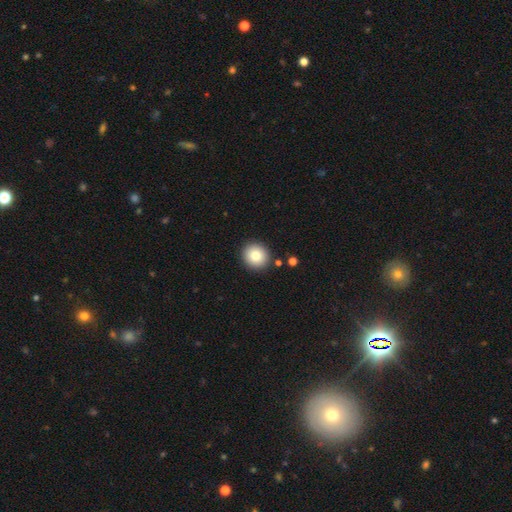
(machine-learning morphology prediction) smooth-or-featured: smooth: 83% | star or artifact: 9% | featured or disk: 8%
  how-rounded: round: 87% | in between: 12% | cigar-shaped: 1%
  merging: none: 89% | minor disturbance: 7% | merger: 3% | major disturbance: 2%